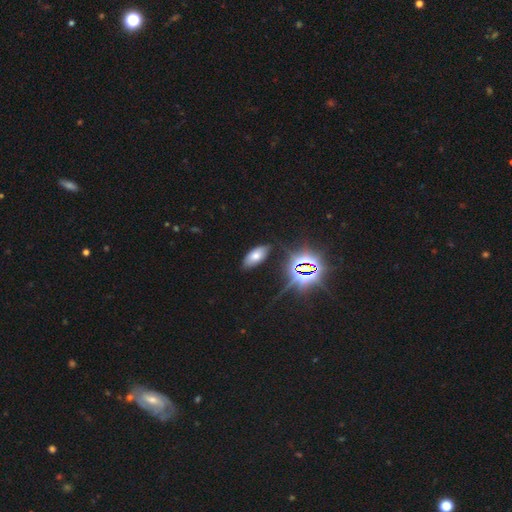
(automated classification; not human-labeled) A smooth galaxy with no disk features (60%) that is in between round and cigar-shaped (92%).

Vote fractions:
- Smooth or featured? smooth: 60% / star or artifact: 26% / featured or disk: 14%
- How rounded? in between: 92% / cigar-shaped: 5% / round: 3%
- Merging? none: 81% / minor disturbance: 13% / major disturbance: 4% / merger: 2%